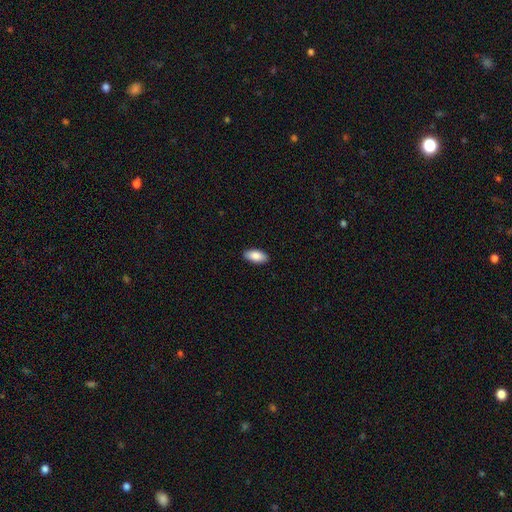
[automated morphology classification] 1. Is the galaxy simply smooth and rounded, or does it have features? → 88% smooth, 6% featured or disk, 6% star or artifact.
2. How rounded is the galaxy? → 93% in between, 5% cigar-shaped, 2% round.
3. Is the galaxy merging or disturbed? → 90% none, 7% minor disturbance, 2% major disturbance, 1% merger.